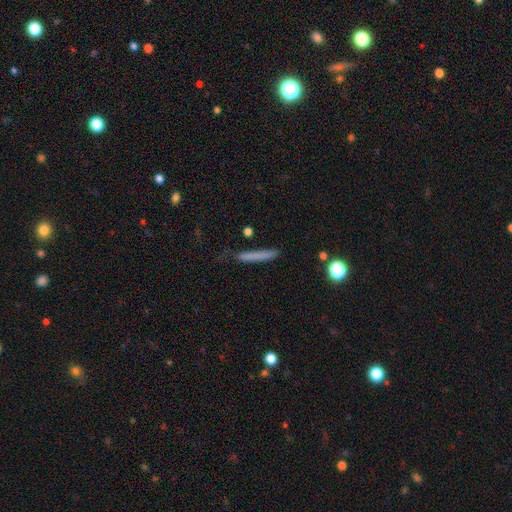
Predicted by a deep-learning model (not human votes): A smooth galaxy with no disk features (73%) that is cigar-shaped (95%).

Vote fractions:
- Smooth or featured? smooth: 73% / featured or disk: 19% / star or artifact: 9%
- How rounded? cigar-shaped: 95% / in between: 3% / round: 2%
- Merging? none: 74% / minor disturbance: 18% / major disturbance: 5% / merger: 2%